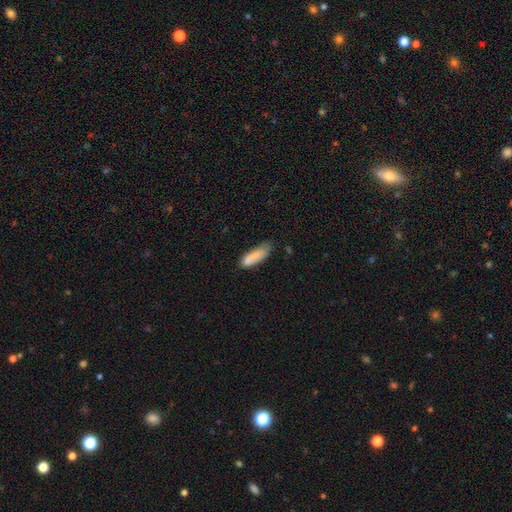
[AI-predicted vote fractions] Morphology: type=smooth (83%); roundness=in between (54%); merging=none (54%).